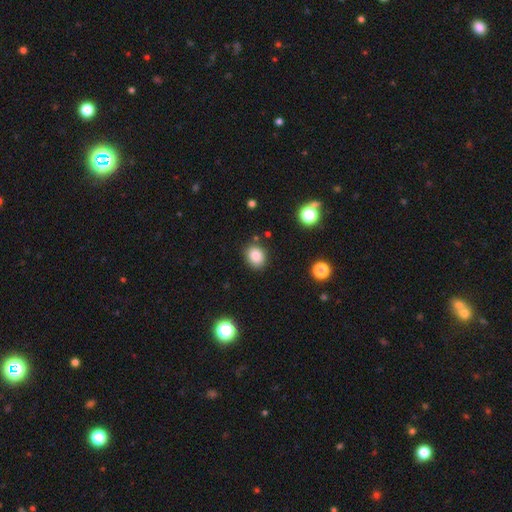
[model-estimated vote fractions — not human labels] This is clearly a smooth galaxy (85%). How rounded: possibly in between (51%). Merging: clearly none (82%).